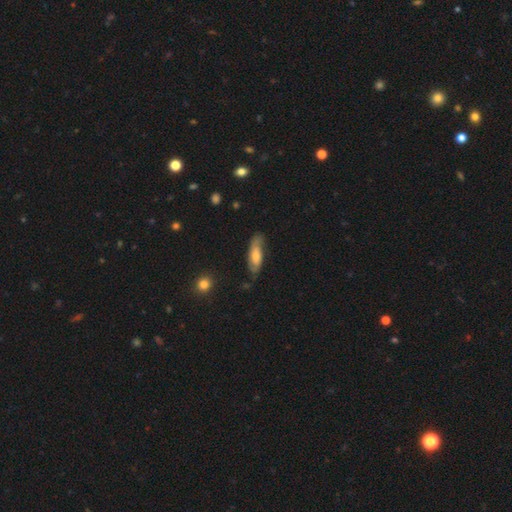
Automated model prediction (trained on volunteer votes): Smooth or featured? Predicted: smooth (p=0.47). Merging? Predicted: none (p=0.67).